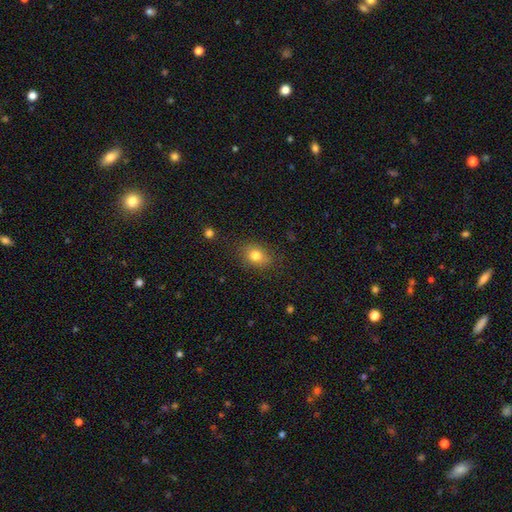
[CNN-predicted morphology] Smooth or featured? Predicted: smooth (p=0.80). How rounded? Predicted: in between (p=0.60). Merging? Predicted: none (p=0.81).